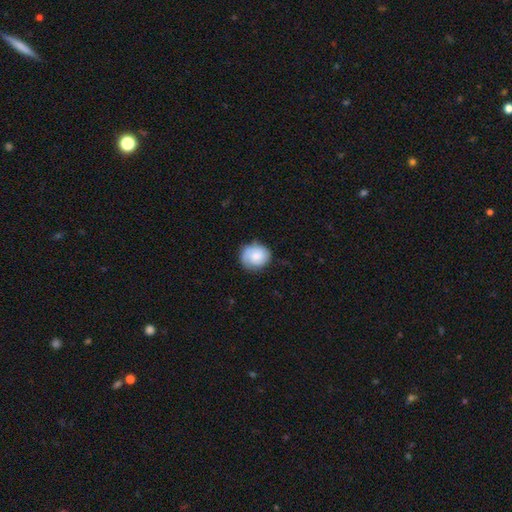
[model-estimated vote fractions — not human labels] Morphology: type=smooth (70%); roundness=round (76%); merging=none (73%).